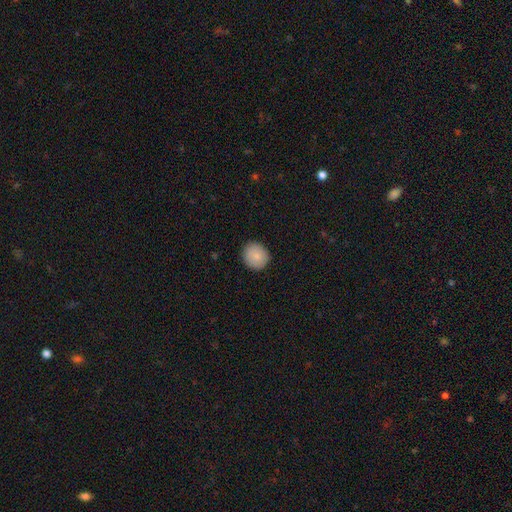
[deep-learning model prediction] smooth_or_featured: smooth (p=0.85) [alt: featured or disk p=0.08]
how_rounded: round (p=0.85) [alt: in between p=0.14]
merging: none (p=0.90) [alt: minor disturbance p=0.07]